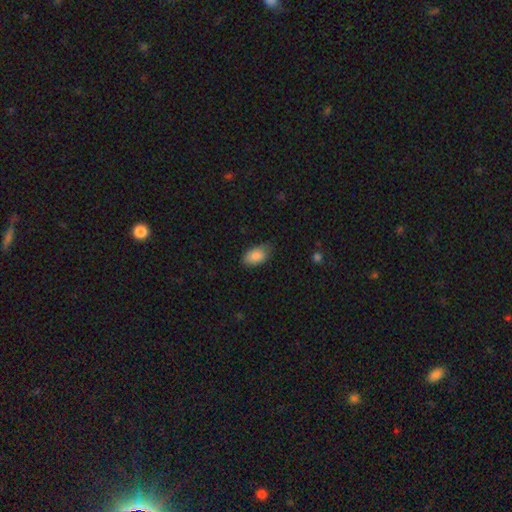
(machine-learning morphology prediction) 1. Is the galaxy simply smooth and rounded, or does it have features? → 87% smooth, 7% star or artifact, 6% featured or disk.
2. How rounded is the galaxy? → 92% in between, 5% round, 2% cigar-shaped.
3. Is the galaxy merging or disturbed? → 74% none, 21% minor disturbance, 4% major disturbance, 1% merger.